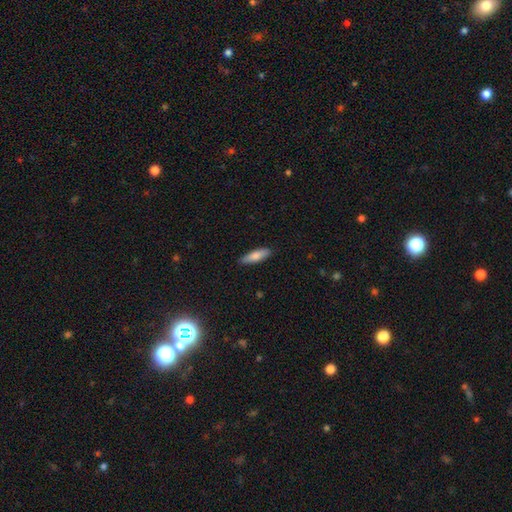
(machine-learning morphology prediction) A smooth galaxy with no disk features (80%) that is cigar-shaped (56%).

Vote fractions:
- Smooth or featured? smooth: 80% / featured or disk: 14% / star or artifact: 6%
- How rounded? cigar-shaped: 56% / in between: 42% / round: 2%
- Merging? none: 88% / minor disturbance: 9% / major disturbance: 2% / merger: 1%